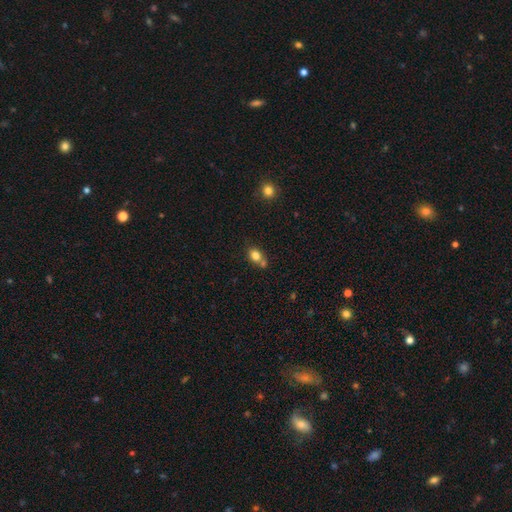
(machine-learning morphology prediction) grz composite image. It shows a smooth galaxy with no disk features (79%) that is round (50%). Merging: none (48%).